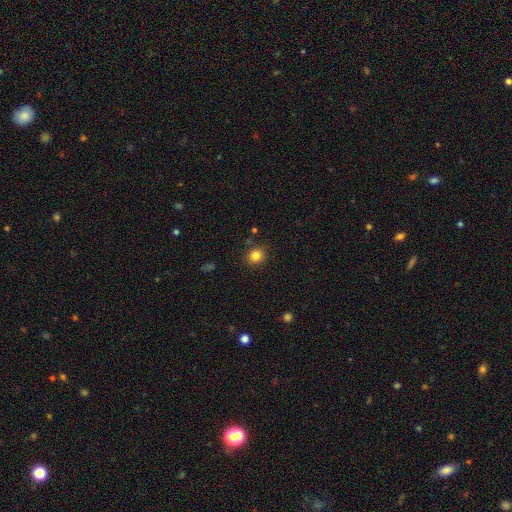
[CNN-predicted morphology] The model was most divided on "how rounded": round: 85%, in between: 14%, cigar-shaped: 1%. More confident: merging — none (87%); smooth or featured — smooth (83%).